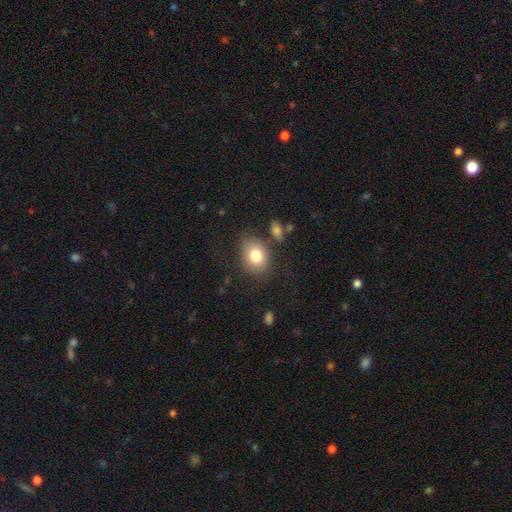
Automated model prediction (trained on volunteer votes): The model was most divided on "how rounded": in between: 61%, round: 38%, cigar-shaped: 1%. More confident: smooth or featured — smooth (80%); merging — none (73%).